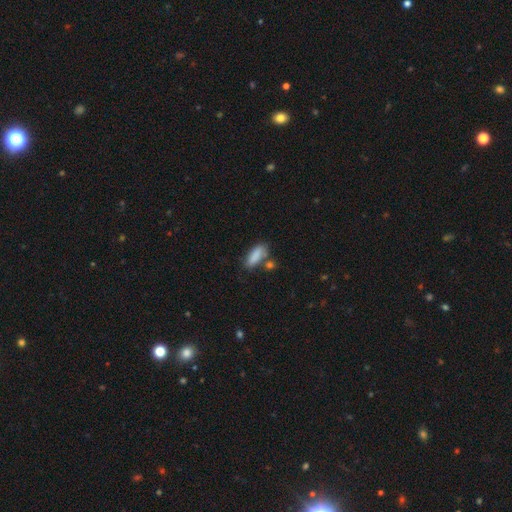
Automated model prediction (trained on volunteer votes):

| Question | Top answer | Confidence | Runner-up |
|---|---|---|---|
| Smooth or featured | smooth | 86% | star or artifact (7%) |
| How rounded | in between | 71% | cigar-shaped (26%) |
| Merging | none | 63% | minor disturbance (18%) |